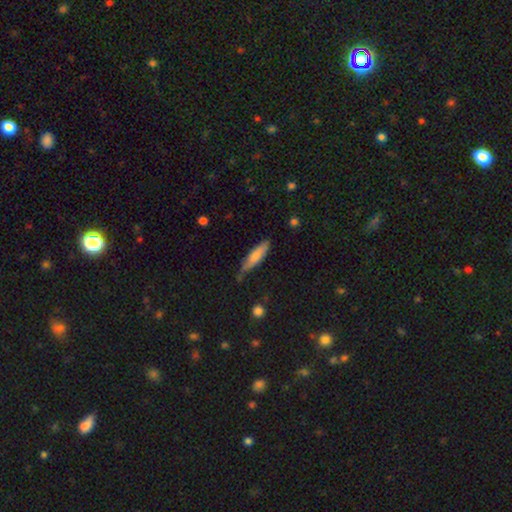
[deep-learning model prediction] smooth-or-featured: smooth: 76% | featured or disk: 18% | star or artifact: 6%
  how-rounded: cigar-shaped: 69% | in between: 30% | round: 2%
  merging: none: 68% | minor disturbance: 24% | major disturbance: 4% | merger: 4%